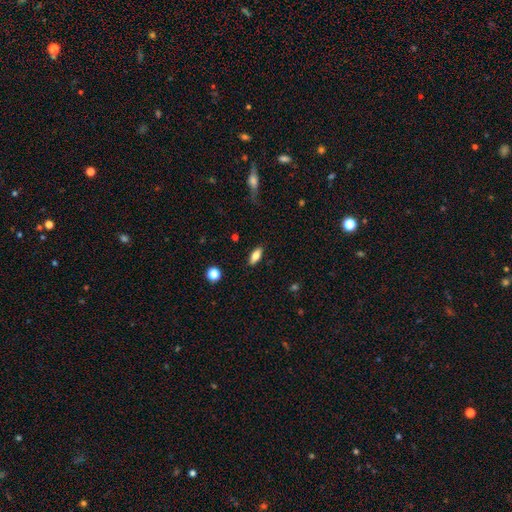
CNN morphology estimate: smooth_or_featured: smooth (p=0.74) [alt: featured or disk p=0.18]
how_rounded: in between (p=0.80) [alt: cigar-shaped p=0.17]
merging: none (p=0.87) [alt: minor disturbance p=0.10]